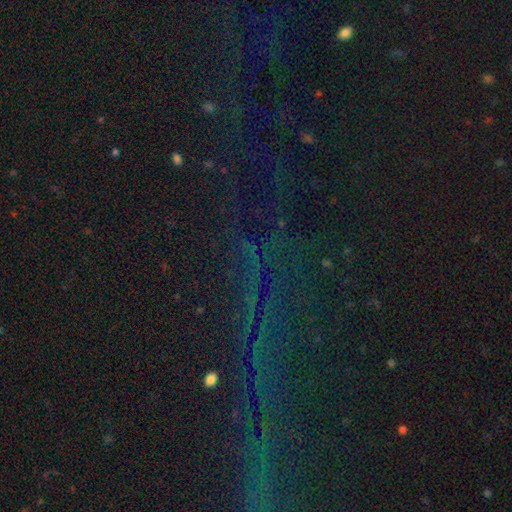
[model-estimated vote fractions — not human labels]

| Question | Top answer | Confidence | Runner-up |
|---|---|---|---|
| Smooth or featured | star or artifact | 83% | smooth (9%) |